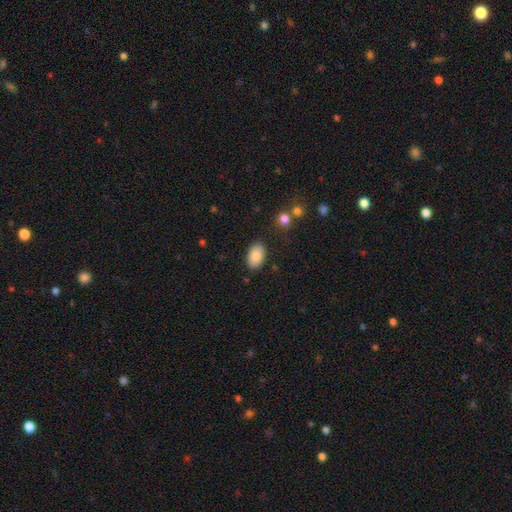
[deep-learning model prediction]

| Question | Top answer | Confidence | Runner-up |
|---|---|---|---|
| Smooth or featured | smooth | 87% | star or artifact (7%) |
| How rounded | in between | 93% | round (6%) |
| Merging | none | 86% | minor disturbance (10%) |